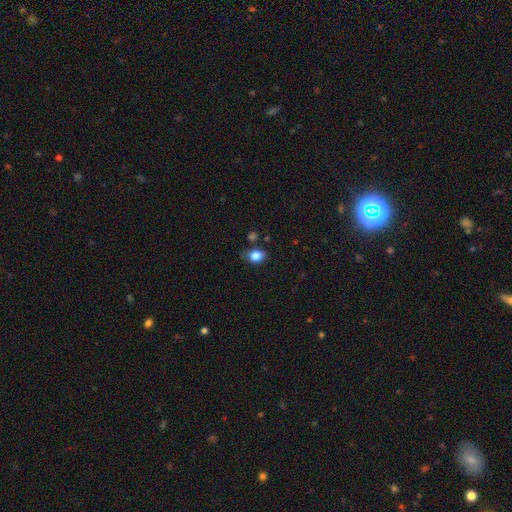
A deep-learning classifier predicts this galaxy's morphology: The model was most divided on "how rounded": in between: 60%, round: 39%, cigar-shaped: 1%. More confident: smooth or featured — smooth (84%); merging — none (72%).